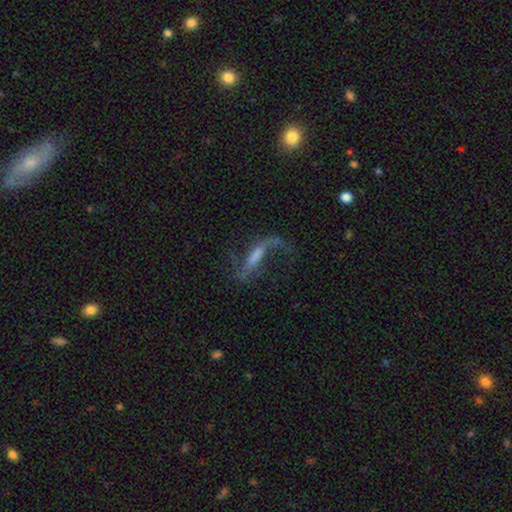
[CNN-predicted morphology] smooth_or_featured: featured or disk (p=0.74) [alt: smooth p=0.16]
disk_edge_on: no (p=0.85) [alt: yes p=0.15]
bar: strong (p=0.38) [alt: weak p=0.37]
has_spiral_arms: yes (p=0.89) [alt: no p=0.11]
spiral_winding: loose (p=0.87) [alt: medium p=0.11]
spiral_arm_count: 2 (p=0.74) [alt: 1 p=0.20]
bulge_size: none (p=0.37) [alt: small p=0.25]
merging: none (p=0.48) [alt: major disturbance p=0.33]